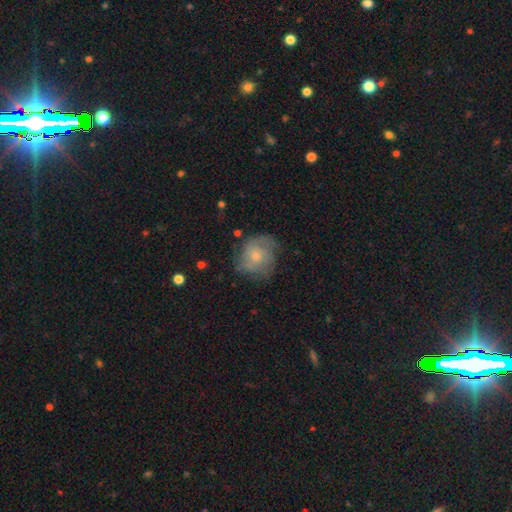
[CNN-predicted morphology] Smooth or featured: featured or disk — 46% (tied with smooth — 46%)
Merging: none — 60% (minor disturbance — 26%)